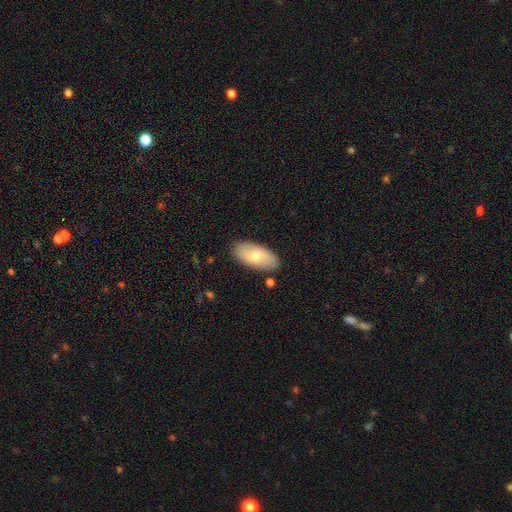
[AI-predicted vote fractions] The model was most divided on "smooth or featured": smooth: 69%, featured or disk: 25%, star or artifact: 6%. More confident: how rounded — in between (93%); merging — none (86%).